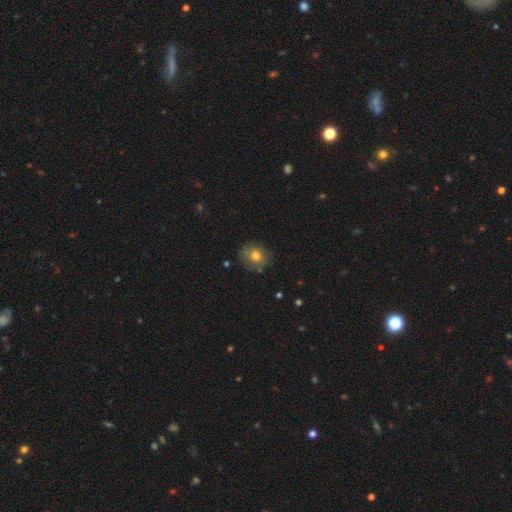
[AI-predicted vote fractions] Morphology: type=smooth (73%); roundness=round (65%); merging=none (72%).